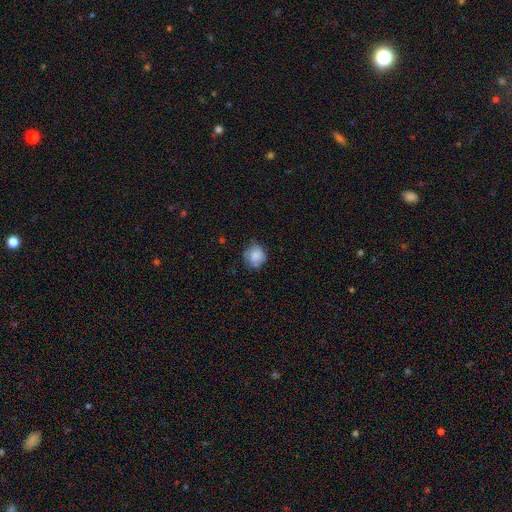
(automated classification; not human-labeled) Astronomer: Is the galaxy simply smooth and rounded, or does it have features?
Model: smooth — 80%.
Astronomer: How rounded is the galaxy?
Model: round — 73%.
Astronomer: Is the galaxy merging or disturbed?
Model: none — 65%.